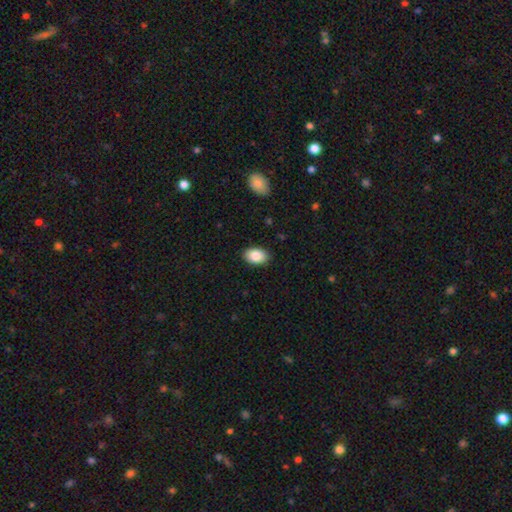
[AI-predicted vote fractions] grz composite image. It shows a smooth galaxy with no disk features (87%) that is in between round and cigar-shaped (88%). Merging: none (88%).